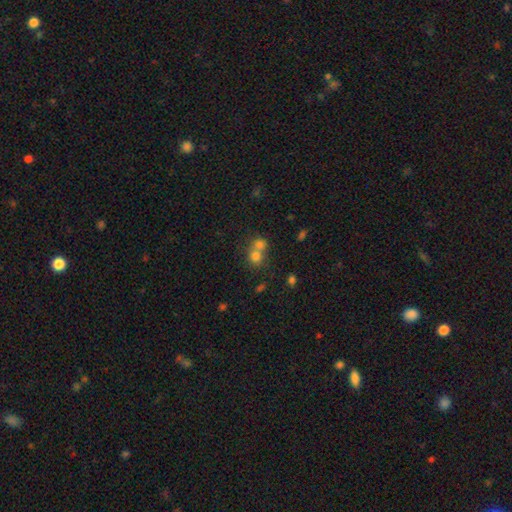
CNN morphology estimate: Smooth or featured? Predicted: smooth (p=0.75). How rounded? Predicted: round (p=0.79). Merging? Predicted: merger (p=0.57).